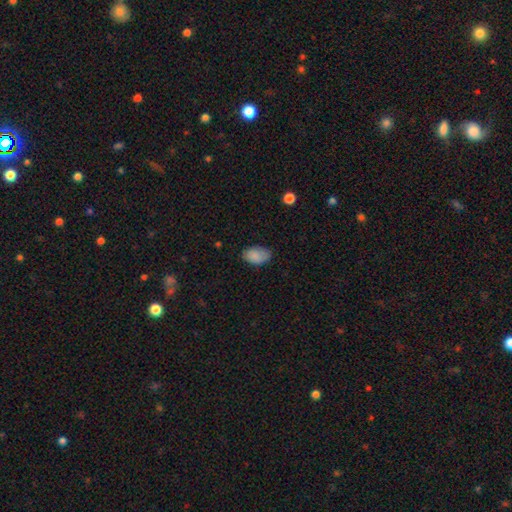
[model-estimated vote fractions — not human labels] Q: Smooth or featured?
A: smooth (87%); runner-up: star or artifact (7%)
Q: How rounded?
A: in between (91%); runner-up: round (8%)
Q: Merging?
A: none (74%); runner-up: minor disturbance (21%)